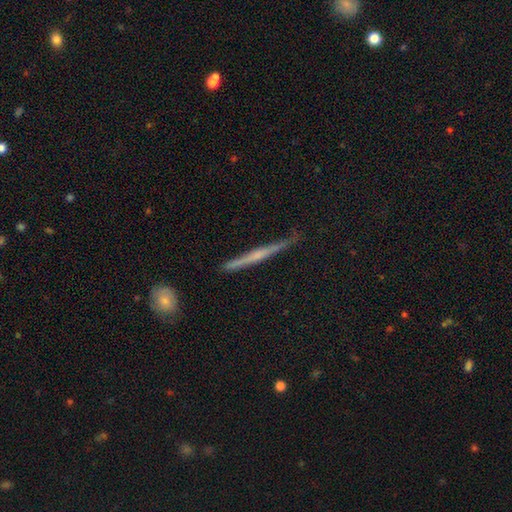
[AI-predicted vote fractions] Q: Smooth or featured?
A: featured or disk (63%); runner-up: smooth (30%)
Q: Edge-on disk?
A: yes (97%); runner-up: no (3%)
Q: Edge-on bulge?
A: none (59%); runner-up: rounded (33%)
Q: Merging?
A: none (82%); runner-up: minor disturbance (14%)